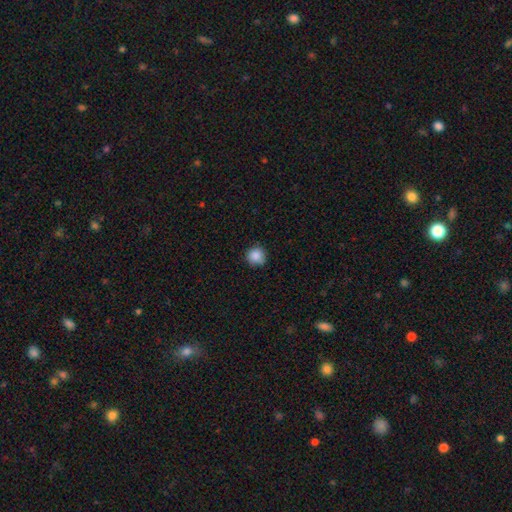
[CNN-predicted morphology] The model was most divided on "merging": none: 83%, minor disturbance: 14%, major disturbance: 2%, merger: 1%. More confident: how rounded — round (93%); smooth or featured — smooth (87%).